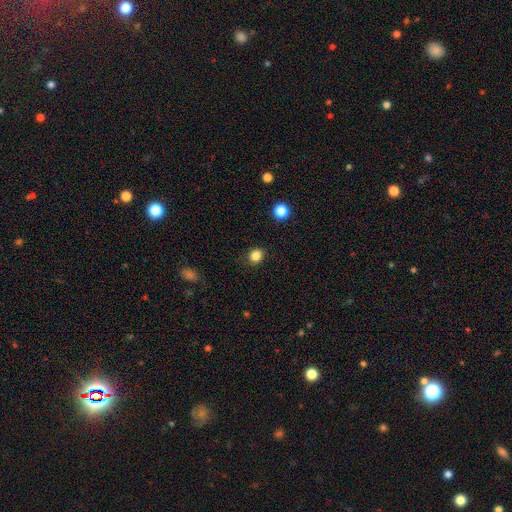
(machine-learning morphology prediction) Smooth or featured? smooth (84%)
How rounded? round (79%)
Merging? none (86%)